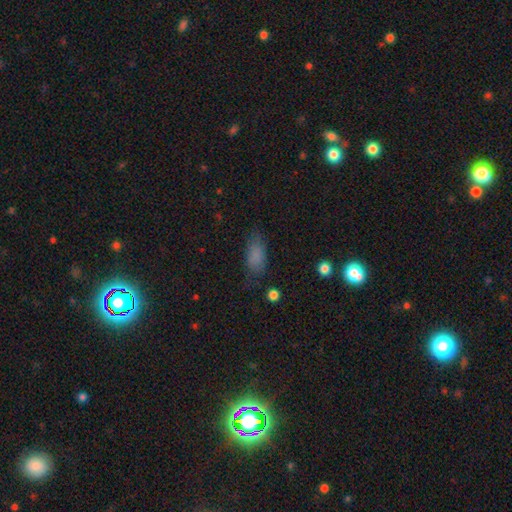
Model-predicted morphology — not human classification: This appears to be a smooth galaxy with no disk features (80%) that is in between round and cigar-shaped (86%). Merging: none (67%).